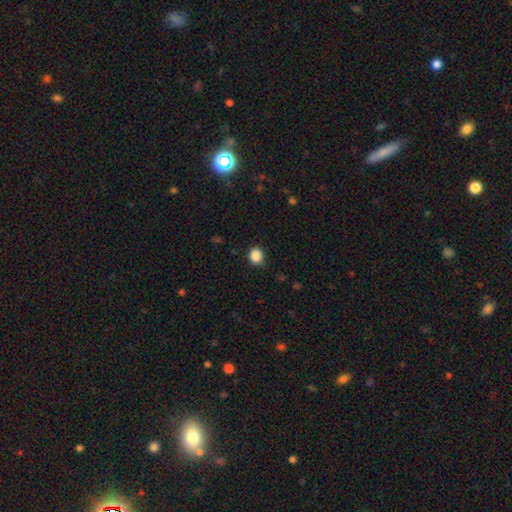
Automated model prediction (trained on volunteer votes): Morphology: type=smooth (87%); roundness=round (78%); merging=none (85%).